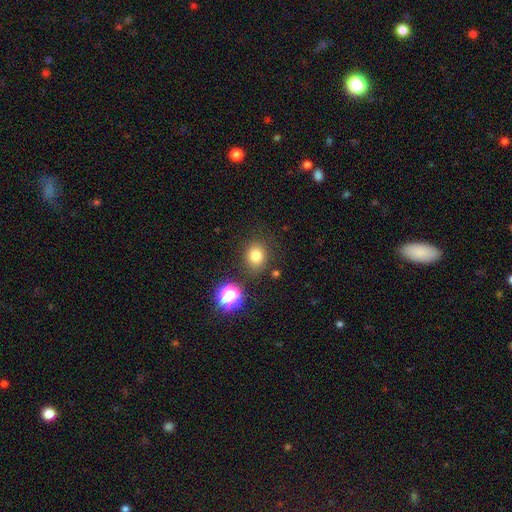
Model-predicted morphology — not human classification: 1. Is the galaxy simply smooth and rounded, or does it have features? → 77% smooth, 16% star or artifact, 7% featured or disk.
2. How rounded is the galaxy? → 67% round, 32% in between, 1% cigar-shaped.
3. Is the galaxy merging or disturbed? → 80% none, 11% minor disturbance, 4% merger, 4% major disturbance.